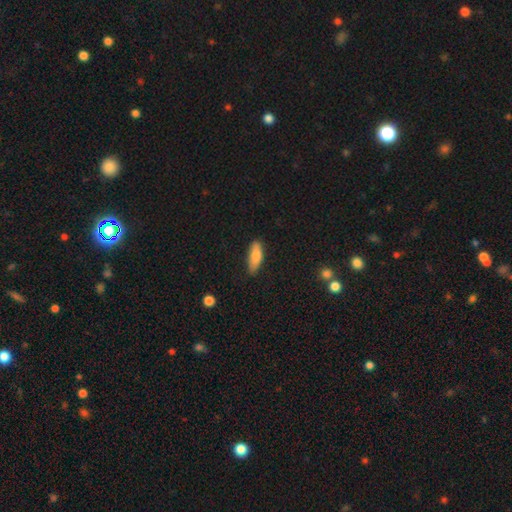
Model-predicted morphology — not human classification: Q: Smooth or featured?
A: smooth (79%); runner-up: featured or disk (15%)
Q: How rounded?
A: in between (61%); runner-up: cigar-shaped (37%)
Q: Merging?
A: none (77%); runner-up: minor disturbance (19%)